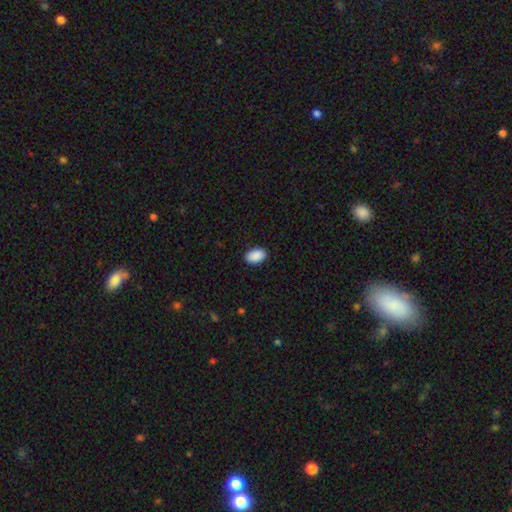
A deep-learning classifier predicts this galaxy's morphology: A smooth galaxy with no disk features (91%) that is in between round and cigar-shaped (91%).

Vote fractions:
- Smooth or featured? smooth: 91% / star or artifact: 7% / featured or disk: 2%
- How rounded? in between: 91% / round: 8% / cigar-shaped: 1%
- Merging? none: 89% / minor disturbance: 8% / major disturbance: 2% / merger: 1%